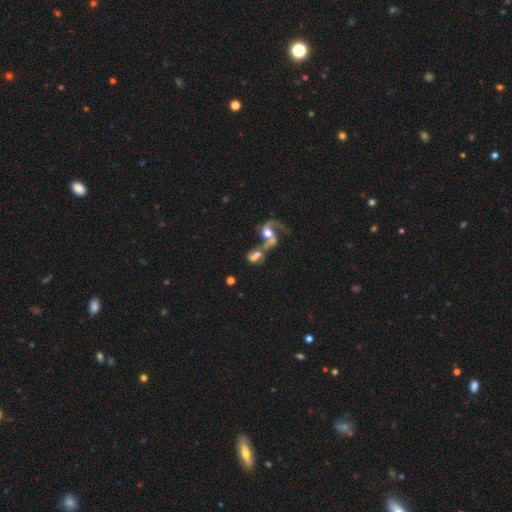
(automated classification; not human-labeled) featured or disk 53%, smooth 36%, star or artifact 11%. Down the decision tree: edge-on disk — no (95%); merging — merger (68%).